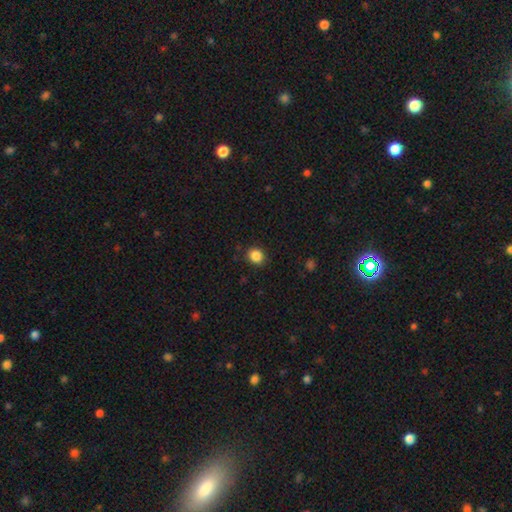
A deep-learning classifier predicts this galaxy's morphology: This appears to be a smooth galaxy with no disk features (87%) that is round (79%). Merging: none (88%).